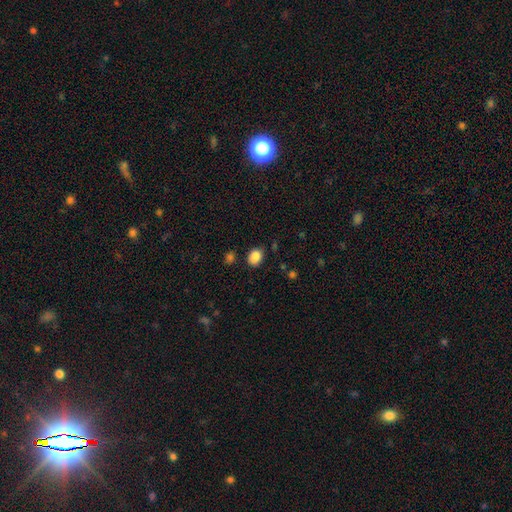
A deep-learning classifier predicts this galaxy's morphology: smooth_or_featured: smooth (p=0.87) [alt: star or artifact p=0.09]
how_rounded: in between (p=0.61) [alt: round p=0.38]
merging: none (p=0.80) [alt: minor disturbance p=0.14]